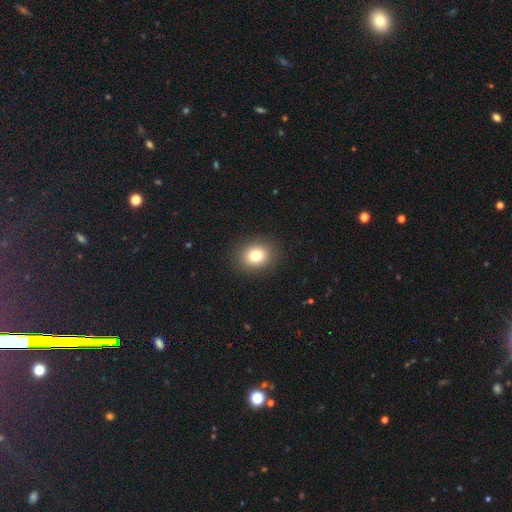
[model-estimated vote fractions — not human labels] Overall: smooth (80%). How rounded: round (63%; in between 36%). Merging: none (90%).